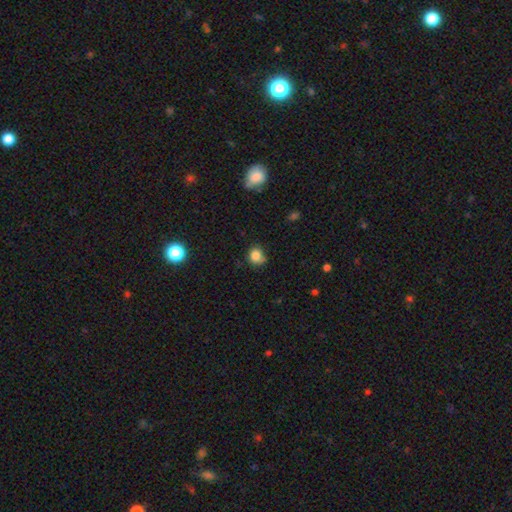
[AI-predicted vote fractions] This appears to be a smooth galaxy with no disk features (82%) that is round (73%). Merging: none (63%).